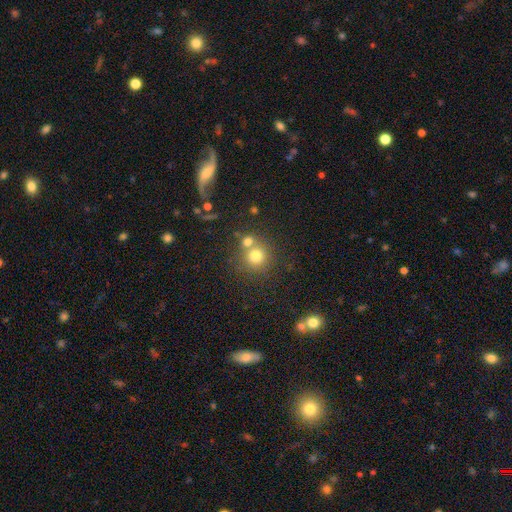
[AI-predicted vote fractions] The model was most divided on "merging": none: 56%, merger: 32%, minor disturbance: 8%, major disturbance: 3%. More confident: how rounded — round (91%); smooth or featured — smooth (76%).